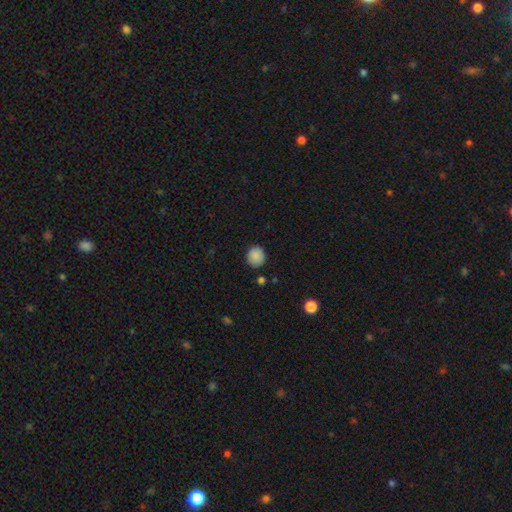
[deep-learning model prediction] smooth 88%, star or artifact 9%, featured or disk 4%. Down the decision tree: how rounded — round (86%); merging — none (86%).